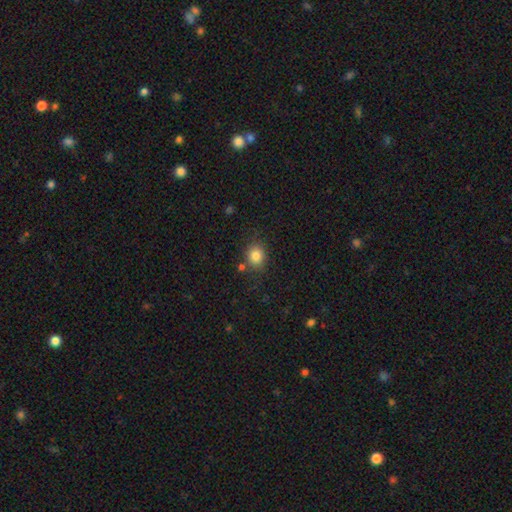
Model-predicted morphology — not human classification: Overall: smooth (83%). How rounded: round (67%; in between 32%). Merging: none (80%).